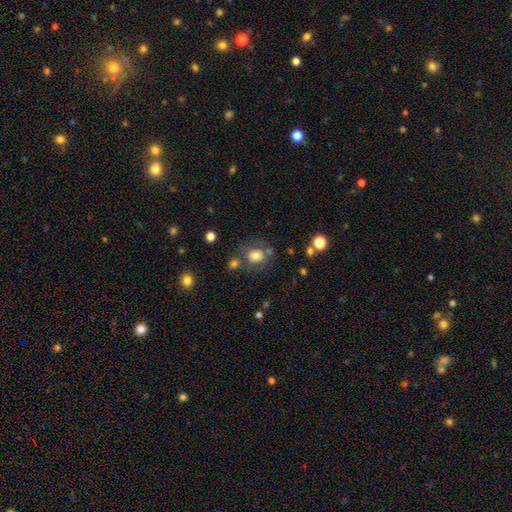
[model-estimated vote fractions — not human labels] Smooth or featured: smooth — 75% (featured or disk — 14%)
How rounded: round — 67% (in between — 32%)
Merging: none — 60% (minor disturbance — 16%)